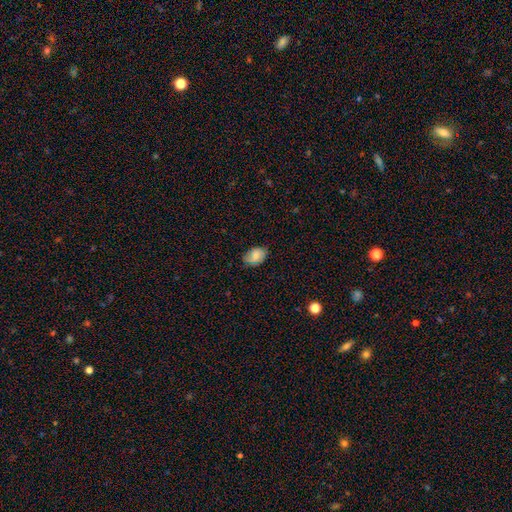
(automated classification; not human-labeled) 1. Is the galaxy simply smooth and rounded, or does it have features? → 79% smooth, 13% featured or disk, 8% star or artifact.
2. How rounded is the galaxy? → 84% in between, 15% round, 1% cigar-shaped.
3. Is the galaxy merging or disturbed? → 71% none, 23% minor disturbance, 5% major disturbance, 1% merger.